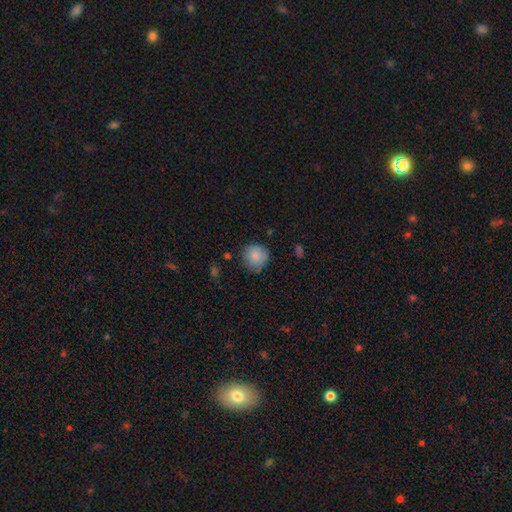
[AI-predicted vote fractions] The model was most divided on "merging": none: 73%, minor disturbance: 20%, major disturbance: 5%, merger: 2%. More confident: how rounded — round (89%); smooth or featured — smooth (84%).